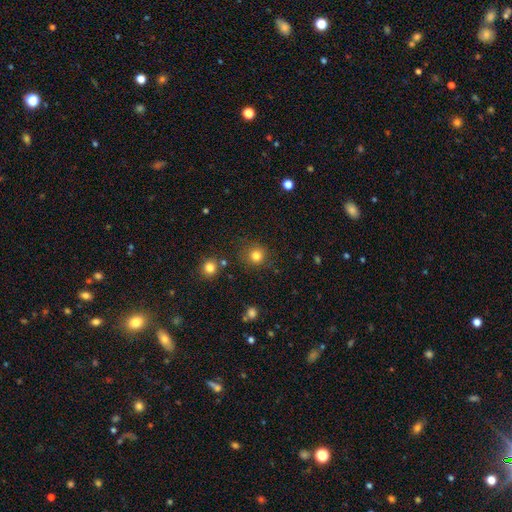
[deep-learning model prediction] Smooth or featured: smooth — 81% (star or artifact — 13%)
How rounded: round — 91% (in between — 8%)
Merging: none — 85% (minor disturbance — 9%)